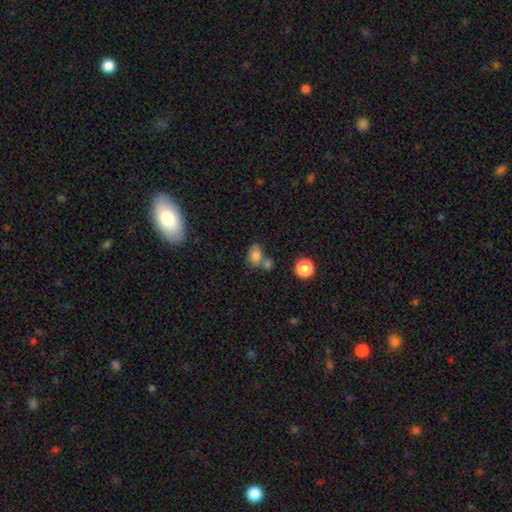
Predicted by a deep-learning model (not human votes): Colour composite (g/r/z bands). It shows a smooth galaxy with no disk features (78%) that is in between round and cigar-shaped (72%). Merging: none (45%).